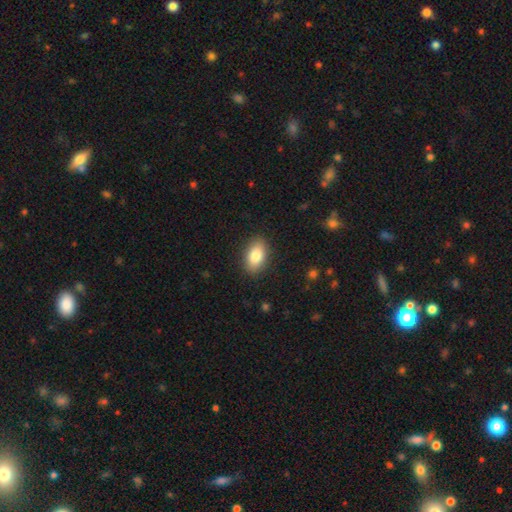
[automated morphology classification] Smooth or featured? Predicted: smooth (p=0.84). How rounded? Predicted: in between (p=0.91). Merging? Predicted: none (p=0.88).